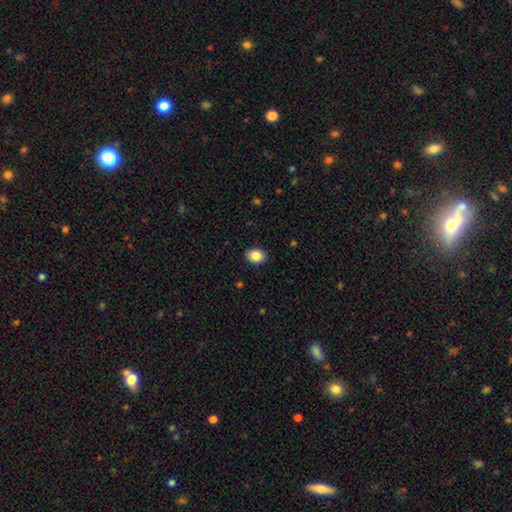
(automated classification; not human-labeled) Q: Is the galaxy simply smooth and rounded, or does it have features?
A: smooth — 87%.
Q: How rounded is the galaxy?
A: in between — 62%.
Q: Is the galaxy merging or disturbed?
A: none — 89%.